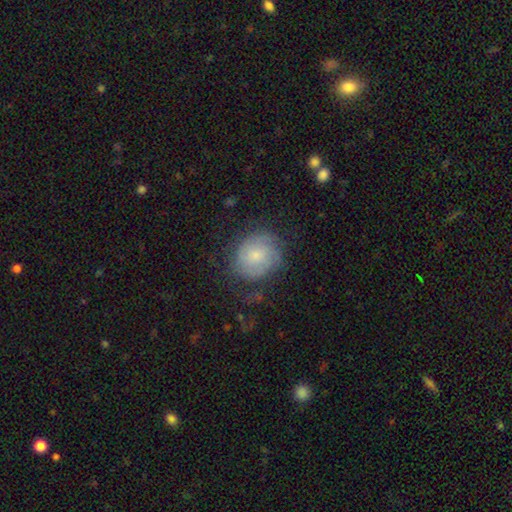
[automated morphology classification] Overall: smooth (53%; featured or disk 39%). How rounded: round (75%). Merging: none (64%).